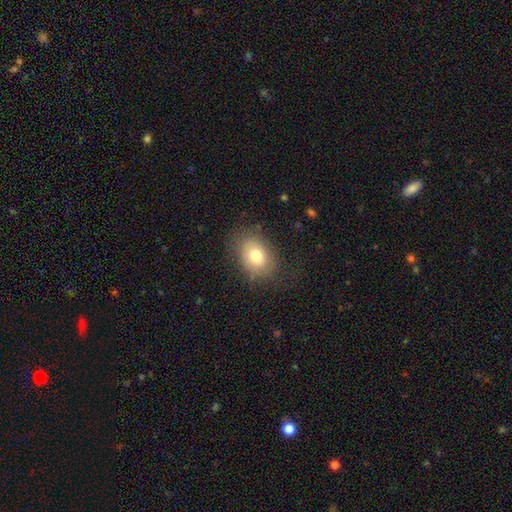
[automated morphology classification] A smooth galaxy with no disk features (76%) that is in between round and cigar-shaped (70%).

Vote fractions:
- Smooth or featured? smooth: 76% / featured or disk: 14% / star or artifact: 10%
- How rounded? in between: 70% / round: 29% / cigar-shaped: 1%
- Merging? none: 78% / minor disturbance: 15% / major disturbance: 6% / merger: 1%